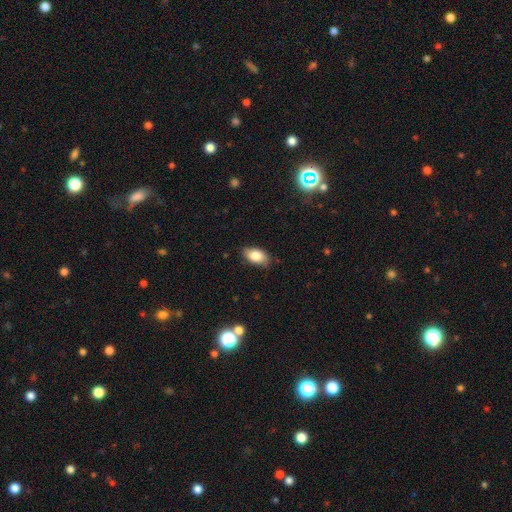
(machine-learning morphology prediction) Q: Smooth or featured?
A: smooth (84%); runner-up: featured or disk (9%)
Q: How rounded?
A: in between (93%); runner-up: round (5%)
Q: Merging?
A: none (82%); runner-up: minor disturbance (15%)